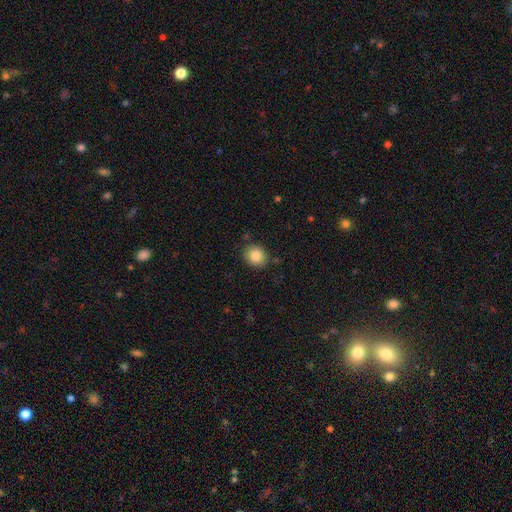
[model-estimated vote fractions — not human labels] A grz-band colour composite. It shows a smooth galaxy with no disk features (85%) that is round (75%). Merging: none (85%).